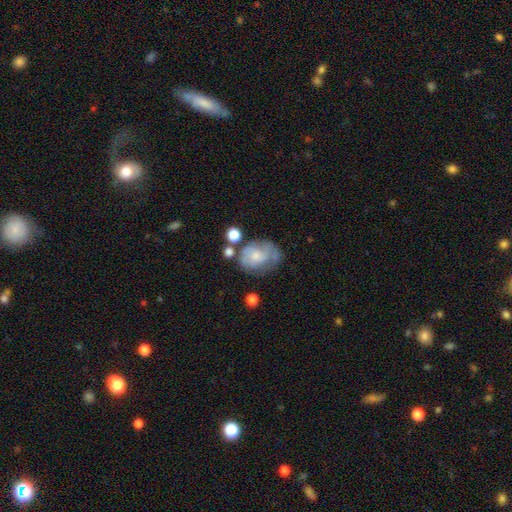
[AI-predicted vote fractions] A smooth galaxy with no disk features (50%). Merging: none (39%).